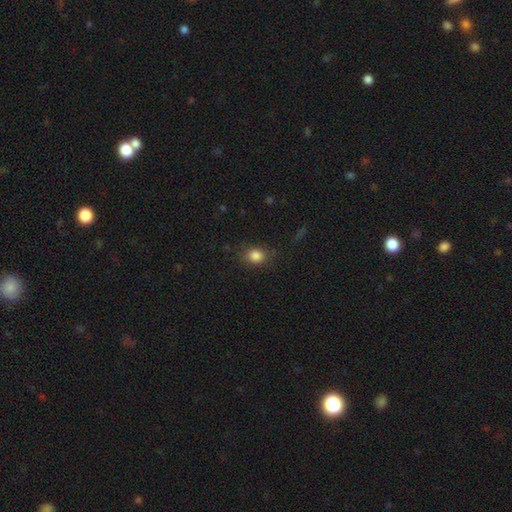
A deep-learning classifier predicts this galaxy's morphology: A smooth galaxy with no disk features (84%) that is round (53%). Merging: none (77%).